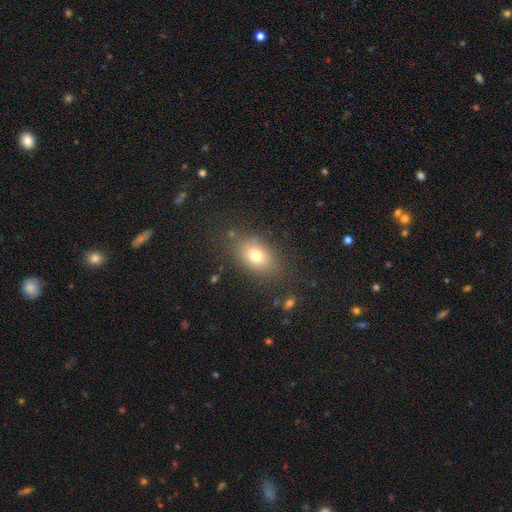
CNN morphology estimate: Smooth or featured?
  - smooth: 75% *
  - featured or disk: 14%
  - star or artifact: 12%
How rounded?
  - in between: 79% *
  - round: 19%
  - cigar-shaped: 2%
Merging?
  - none: 80% *
  - minor disturbance: 13%
  - major disturbance: 5%
  - merger: 2%